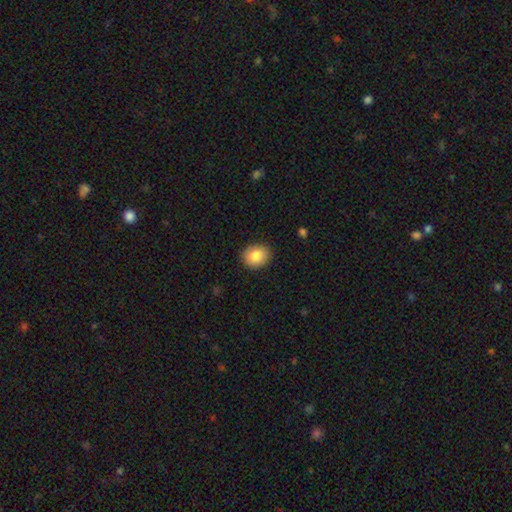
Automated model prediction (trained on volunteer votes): Morphology: type=smooth (85%); roundness=round (59%); merging=none (89%).